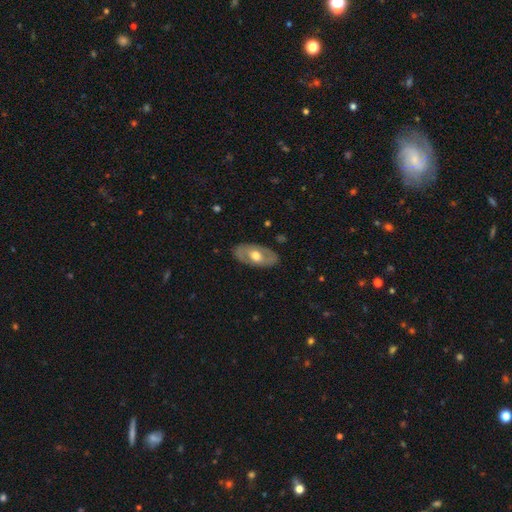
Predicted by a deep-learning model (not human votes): Smooth or featured? Predicted: featured or disk (p=0.55). Edge-on disk? Predicted: no (p=0.87). Merging? Predicted: none (p=0.83).